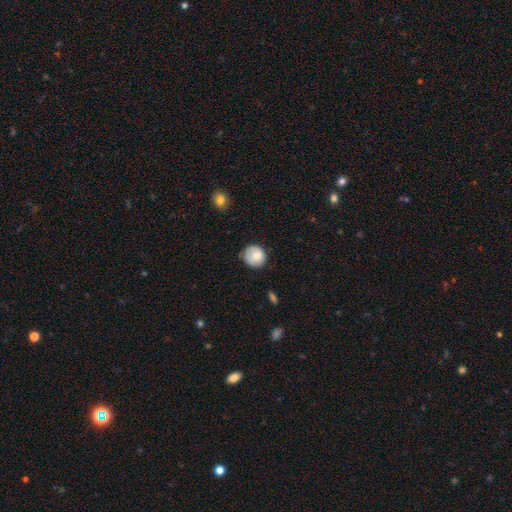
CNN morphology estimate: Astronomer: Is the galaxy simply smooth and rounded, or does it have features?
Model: smooth — 83%.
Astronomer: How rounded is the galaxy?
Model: round — 88%.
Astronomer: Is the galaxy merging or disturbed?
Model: none — 75%.